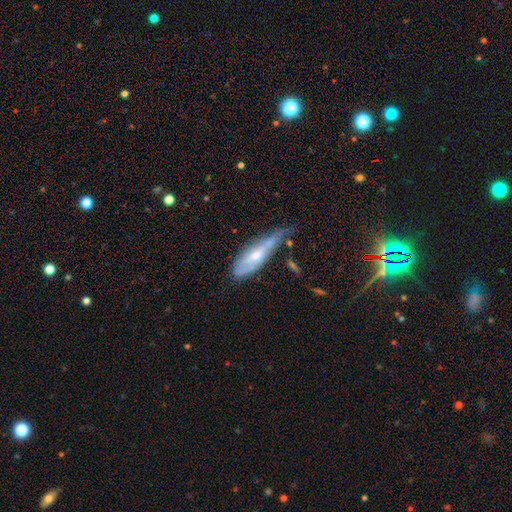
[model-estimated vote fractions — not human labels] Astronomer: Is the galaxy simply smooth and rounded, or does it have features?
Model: featured or disk — 55% (runner-up: smooth, 38%).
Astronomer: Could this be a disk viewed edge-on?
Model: no — 60% (runner-up: yes, 40%).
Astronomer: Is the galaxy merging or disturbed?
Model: minor disturbance — 40% (runner-up: none, 34%).